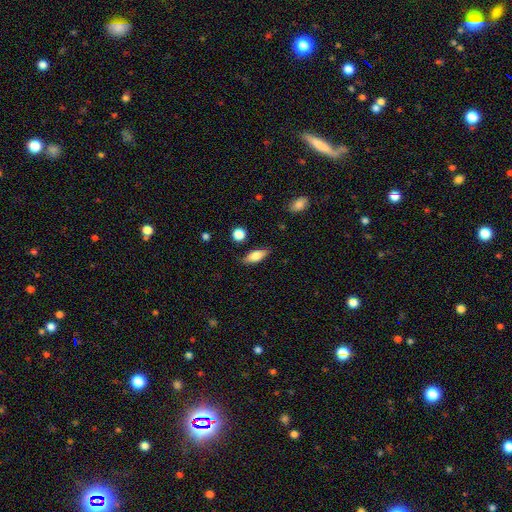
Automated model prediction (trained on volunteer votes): Smooth or featured: smooth — 70% (featured or disk — 23%)
How rounded: in between — 70% (cigar-shaped — 26%)
Merging: none — 83% (minor disturbance — 13%)